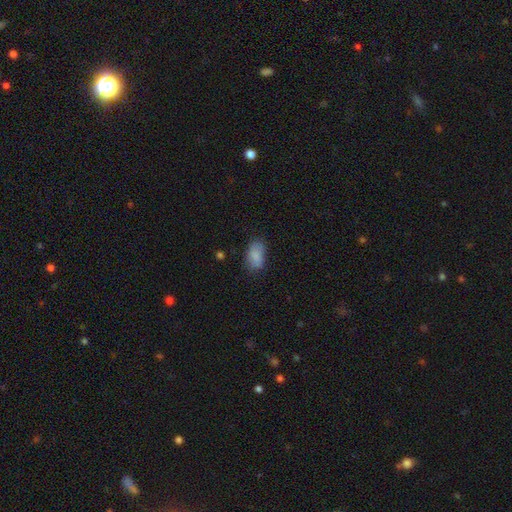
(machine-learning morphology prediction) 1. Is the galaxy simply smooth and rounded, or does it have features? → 84% smooth, 8% star or artifact, 8% featured or disk.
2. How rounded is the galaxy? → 92% in between, 6% round, 2% cigar-shaped.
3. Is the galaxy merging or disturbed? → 70% none, 23% minor disturbance, 6% major disturbance, 2% merger.